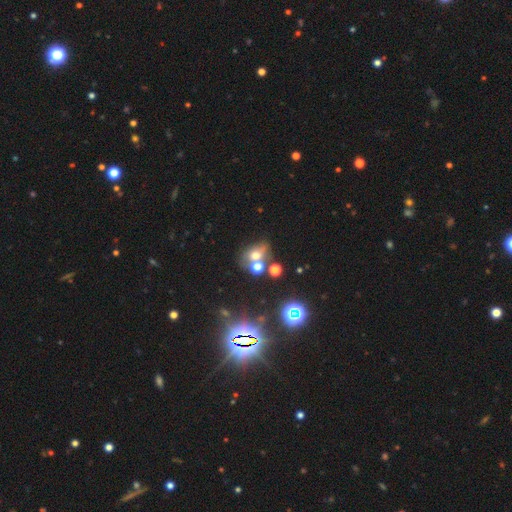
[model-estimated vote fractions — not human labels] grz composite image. It shows a smooth galaxy with no disk features (55%) that is in between round and cigar-shaped (56%). Merging: none (40%).